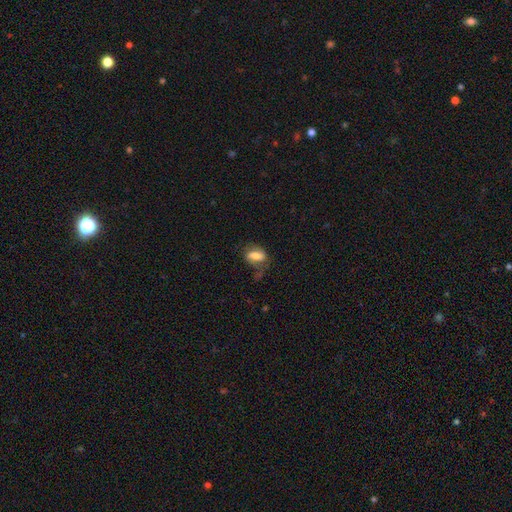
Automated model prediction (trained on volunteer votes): Smooth or featured?
  - smooth: 59% *
  - featured or disk: 32%
  - star or artifact: 9%
How rounded?
  - in between: 83% *
  - round: 11%
  - cigar-shaped: 6%
Merging?
  - none: 47% *
  - minor disturbance: 26%
  - major disturbance: 20%
  - merger: 7%